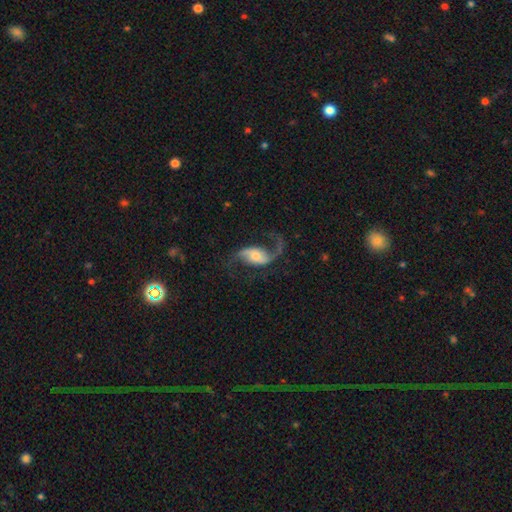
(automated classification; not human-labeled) Smooth or featured? Predicted: featured or disk (p=0.88). Edge-on disk? Predicted: no (p=0.97). Bar? Predicted: no (p=0.44). Spiral arms? Predicted: yes (p=0.96). Spiral winding? Predicted: loose (p=0.77). Spiral arm count? Predicted: 2 (p=0.90). Bulge size? Predicted: moderate (p=0.43). Merging? Predicted: none (p=0.70).